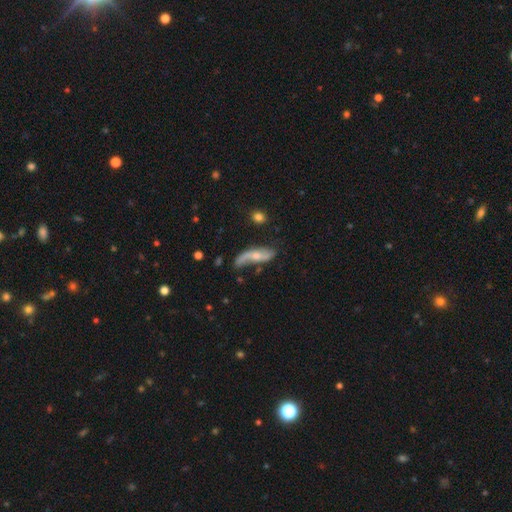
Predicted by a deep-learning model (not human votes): Smooth or featured? Predicted: featured or disk (p=0.70). Edge-on disk? Predicted: no (p=0.83). Bar? Predicted: no (p=0.61). Spiral arms? Predicted: yes (p=0.88). Spiral winding? Predicted: loose (p=0.82). Spiral arm count? Predicted: 2 (p=0.81). Bulge size? Predicted: small (p=0.46). Merging? Predicted: none (p=0.50).